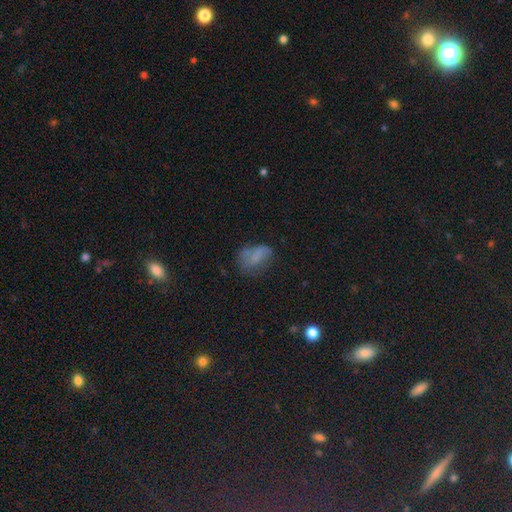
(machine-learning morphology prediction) Smooth or featured: smooth — 59% (featured or disk — 26%)
How rounded: in between — 80% (round — 17%)
Merging: none — 41% (minor disturbance — 29%)